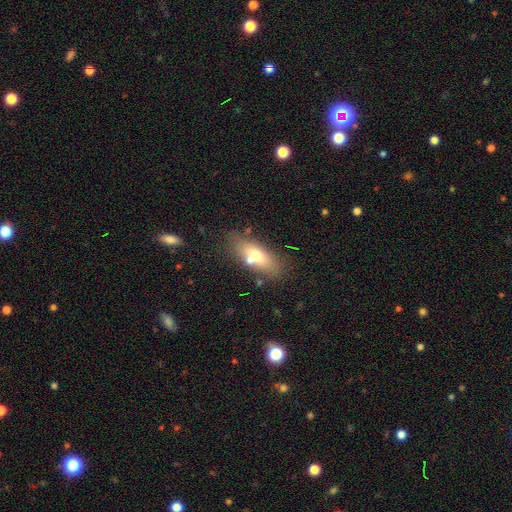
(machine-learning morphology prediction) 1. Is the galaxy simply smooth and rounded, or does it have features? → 64% smooth, 27% featured or disk, 9% star or artifact.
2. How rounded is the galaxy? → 77% in between, 17% cigar-shaped, 6% round.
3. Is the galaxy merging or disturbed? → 68% none, 14% merger, 14% minor disturbance, 5% major disturbance.